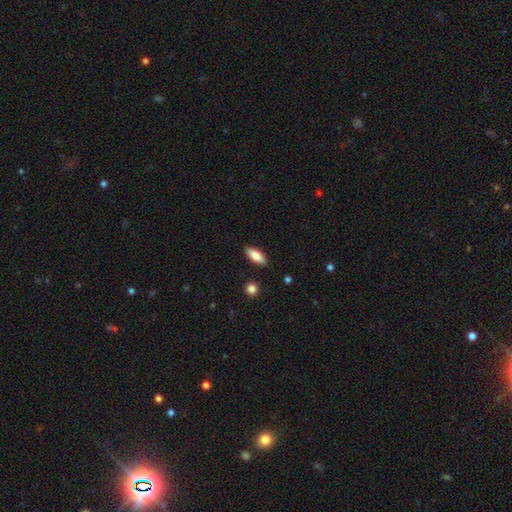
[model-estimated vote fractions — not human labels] The model was most divided on "how rounded": in between: 74%, cigar-shaped: 24%, round: 2%. More confident: merging — none (88%); smooth or featured — smooth (79%).